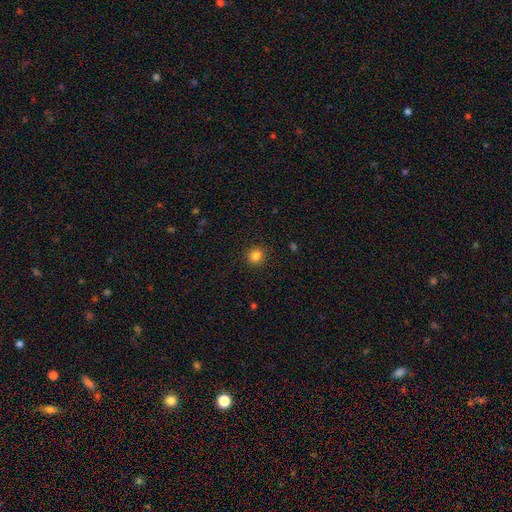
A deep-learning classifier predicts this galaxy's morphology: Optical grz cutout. It shows a smooth galaxy with no disk features (84%) that is round (91%). Merging: none (92%).